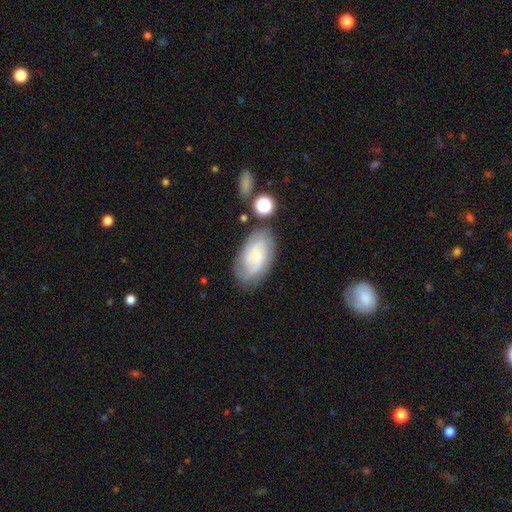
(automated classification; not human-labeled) Smooth or featured?
  - featured or disk: 63% *
  - smooth: 29%
  - star or artifact: 8%
Edge-on disk?
  - no: 95% *
  - yes: 5%
Bar?
  - no: 70% *
  - weak: 25%
  - strong: 5%
Spiral arms?
  - yes: 89% *
  - no: 11%
Spiral winding?
  - tight: 51% *
  - medium: 36%
  - loose: 13%
Spiral arm count?
  - can't tell: 36% * (tied)
  - 2: 36% * (tied)
  - 3: 15%
  - 4: 5%
  - 1: 4%
  - more than 4: 3%
Bulge size?
  - small: 71% *
  - moderate: 23%
  - none: 3%
  - large: 2%
  - dominant: 1%
Merging?
  - none: 72% *
  - minor disturbance: 18%
  - major disturbance: 5%
  - merger: 5%